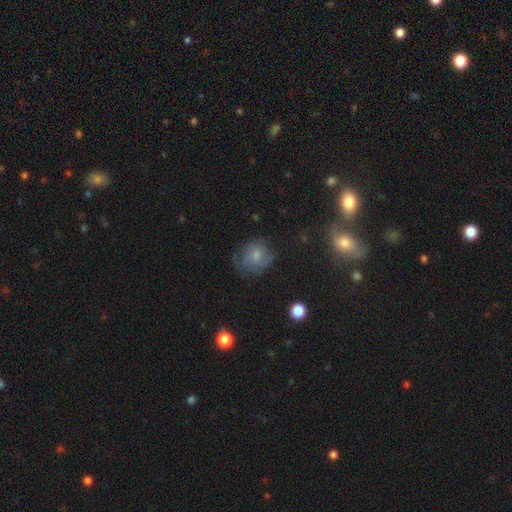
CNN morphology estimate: smooth 61%, featured or disk 28%, star or artifact 11%. Down the decision tree: how rounded — round (71%); merging — none (55%).